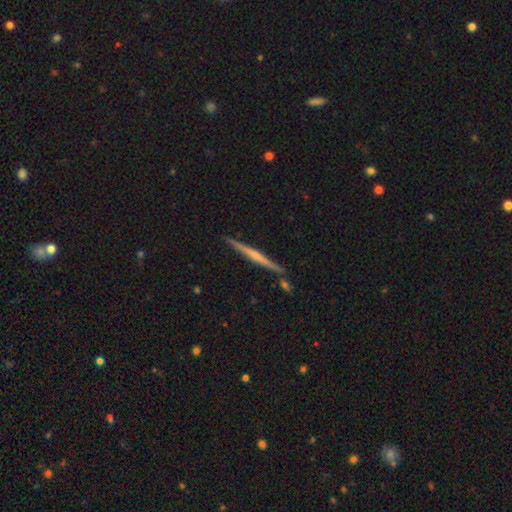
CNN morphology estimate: type=featured or disk (63%); edge-on=yes (98%); edge-on bulge=none (55%); merging=none (85%).